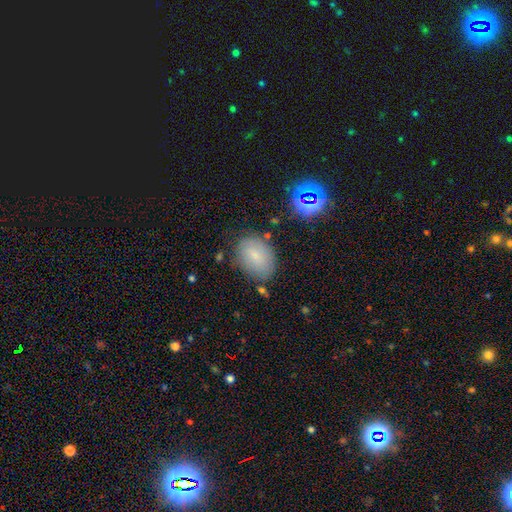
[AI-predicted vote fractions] The model was most divided on "how rounded": in between: 73%, round: 26%, cigar-shaped: 1%. More confident: merging — none (73%); smooth or featured — smooth (72%).